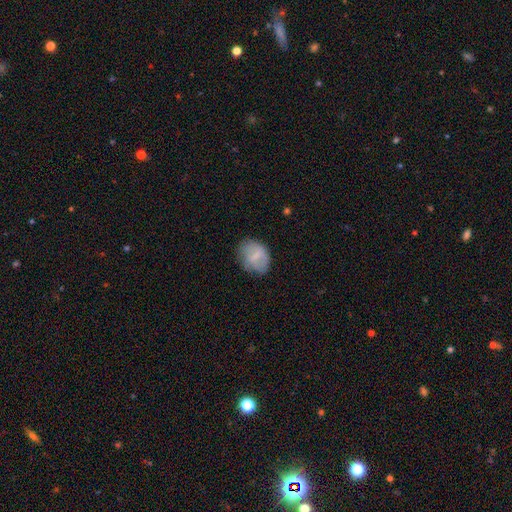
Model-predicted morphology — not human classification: smooth 61%, featured or disk 32%, star or artifact 7%. Down the decision tree: how rounded — in between (66%); merging — none (61%).